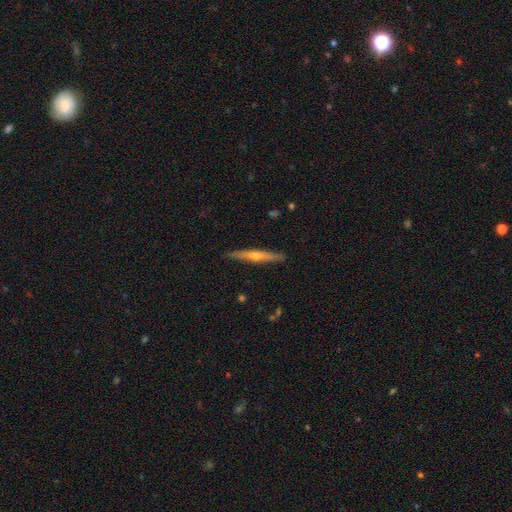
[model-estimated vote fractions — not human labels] Smooth or featured? Predicted: featured or disk (p=0.71). Edge-on disk? Predicted: yes (p=0.97). Edge-on bulge? Predicted: rounded (p=0.84). Merging? Predicted: none (p=0.91).